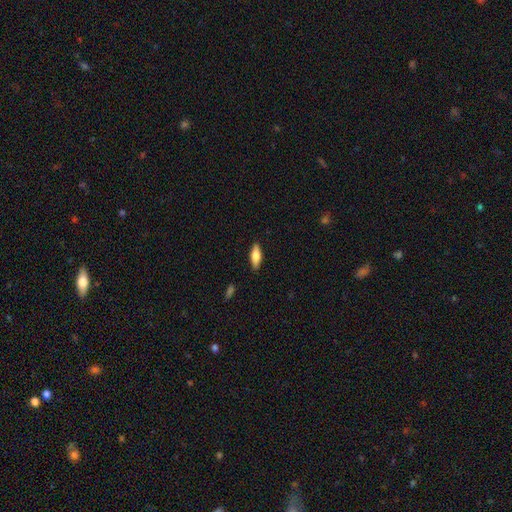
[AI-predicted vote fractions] A smooth galaxy with no disk features (68%) that is in between round and cigar-shaped (66%).

Vote fractions:
- Smooth or featured? smooth: 68% / featured or disk: 26% / star or artifact: 6%
- How rounded? in between: 66% / cigar-shaped: 32% / round: 2%
- Merging? none: 87% / minor disturbance: 9% / major disturbance: 2% / merger: 1%